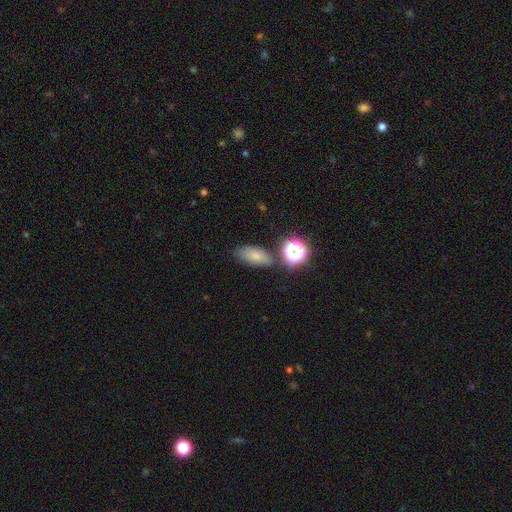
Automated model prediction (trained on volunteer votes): Q: Smooth or featured?
A: smooth (72%); runner-up: star or artifact (15%)
Q: How rounded?
A: in between (81%); runner-up: round (11%)
Q: Merging?
A: none (71%); runner-up: minor disturbance (16%)